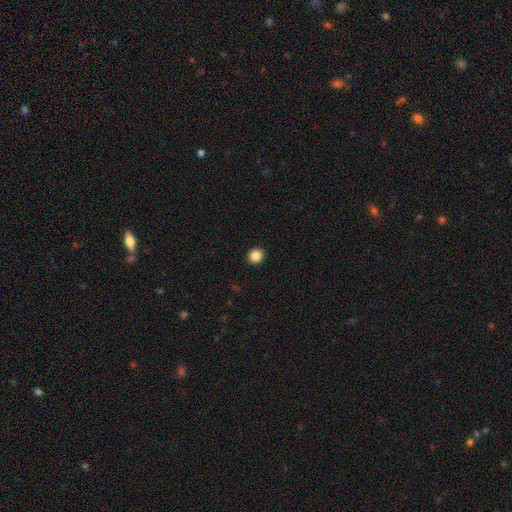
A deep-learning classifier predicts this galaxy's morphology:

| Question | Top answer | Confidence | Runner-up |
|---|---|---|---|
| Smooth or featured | smooth | 86% | star or artifact (10%) |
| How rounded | round | 75% | in between (24%) |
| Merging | none | 92% | minor disturbance (5%) |